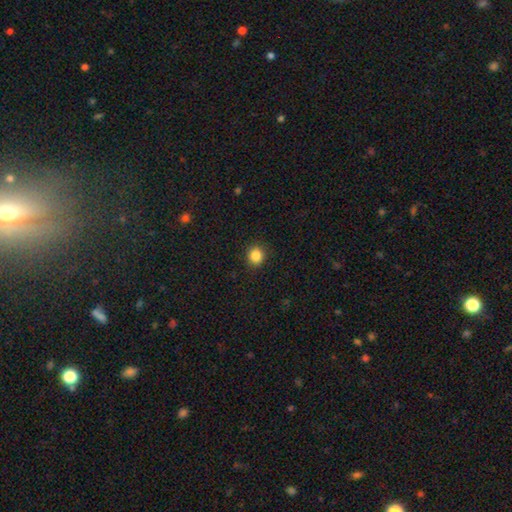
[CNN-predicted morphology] A smooth galaxy with no disk features (85%) that is round (88%).

Vote fractions:
- Smooth or featured? smooth: 85% / star or artifact: 11% / featured or disk: 4%
- How rounded? round: 88% / in between: 12% / cigar-shaped: 1%
- Merging? none: 91% / minor disturbance: 6% / major disturbance: 2% / merger: 1%